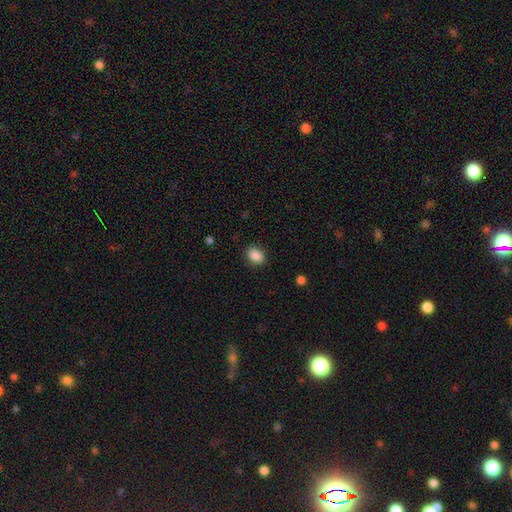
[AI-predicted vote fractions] Smooth or featured? smooth (88%)
How rounded? in between (77%)
Merging? none (85%)